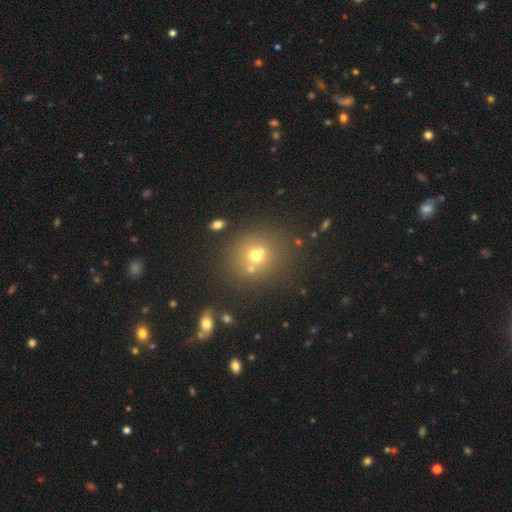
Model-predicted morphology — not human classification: The model was most divided on "merging": none: 61%, merger: 26%, minor disturbance: 9%, major disturbance: 4%. More confident: how rounded — round (82%); smooth or featured — smooth (60%).